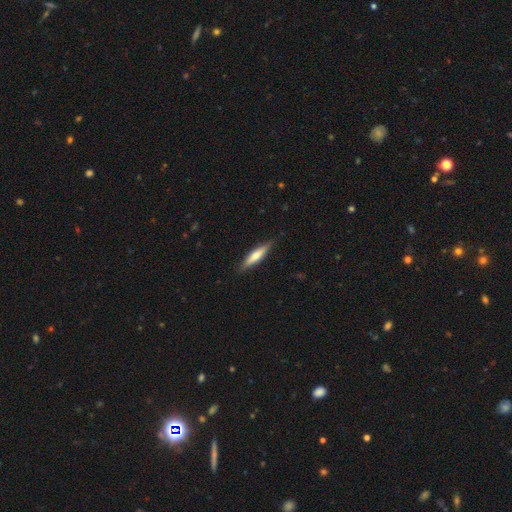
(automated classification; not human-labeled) Q: Smooth or featured?
A: smooth (59%); runner-up: featured or disk (36%)
Q: How rounded?
A: cigar-shaped (82%); runner-up: in between (17%)
Q: Merging?
A: none (87%); runner-up: minor disturbance (10%)